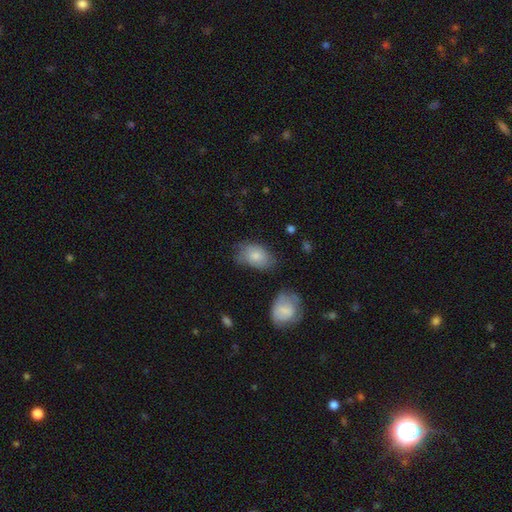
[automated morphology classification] Smooth or featured: smooth — 79% (featured or disk — 15%)
How rounded: in between — 87% (round — 11%)
Merging: none — 54% (minor disturbance — 31%)